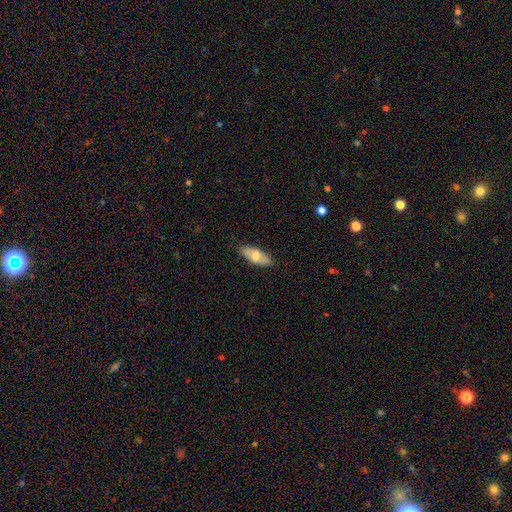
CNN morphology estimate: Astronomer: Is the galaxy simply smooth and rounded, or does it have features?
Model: smooth — 60%.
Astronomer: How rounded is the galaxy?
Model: in between — 73%.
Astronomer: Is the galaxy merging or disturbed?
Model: none — 82%.